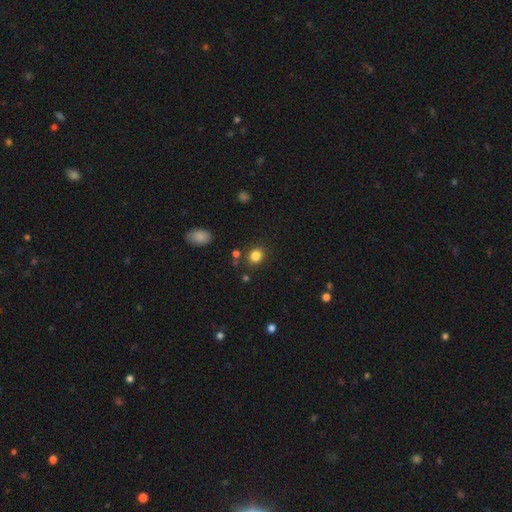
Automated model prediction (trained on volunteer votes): The model was most divided on "how rounded": round: 72%, in between: 27%, cigar-shaped: 1%. More confident: merging — none (83%); smooth or featured — smooth (83%).